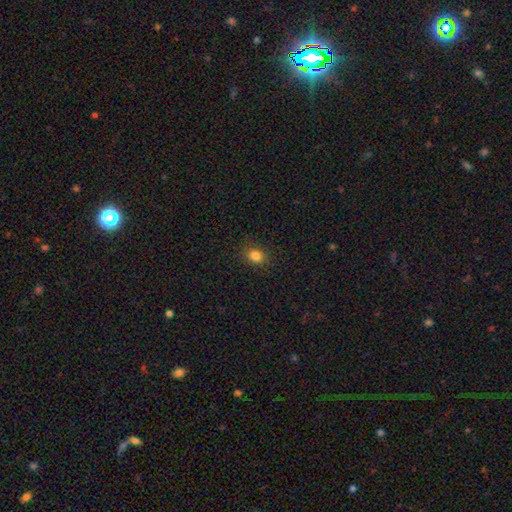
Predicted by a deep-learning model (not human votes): Overall: smooth (83%). How rounded: round (57%; in between 42%). Merging: none (87%).